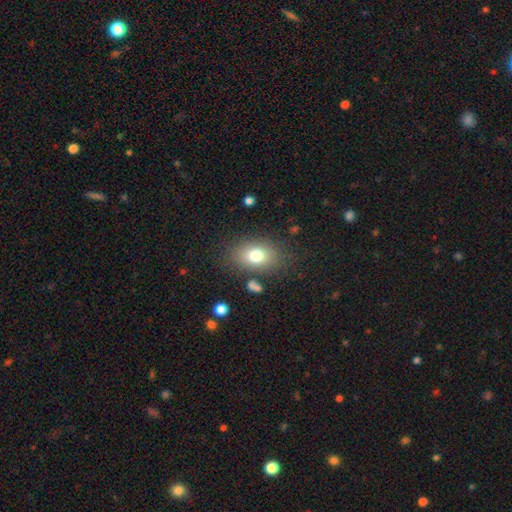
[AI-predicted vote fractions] A smooth galaxy with no disk features (75%) that is in between round and cigar-shaped (72%). Merging: none (79%).